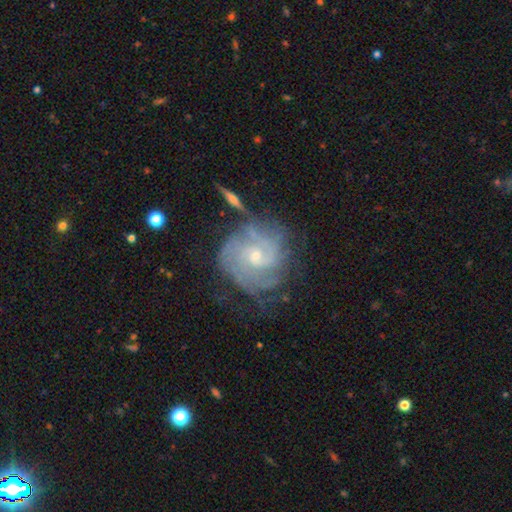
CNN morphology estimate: This appears to be a featured or disk galaxy (83%) with no bar (65%), tight (68%) spiral arms (94%) and a small central bulge (60%). Merging: none (61%).